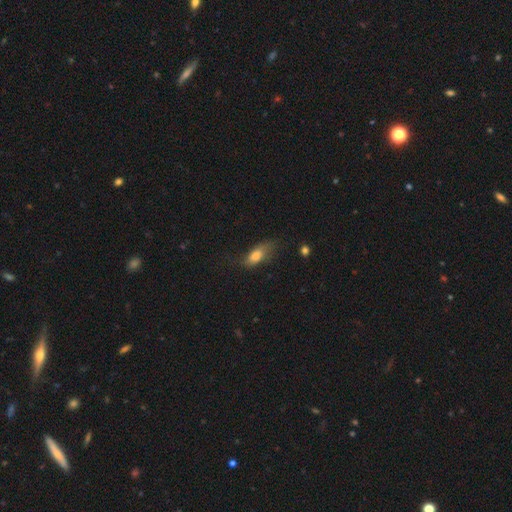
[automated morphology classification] Smooth or featured?
  - smooth: 75% *
  - featured or disk: 16%
  - star or artifact: 9%
How rounded?
  - in between: 79% *
  - cigar-shaped: 16%
  - round: 5%
Merging?
  - none: 49% *
  - minor disturbance: 31%
  - major disturbance: 18%
  - merger: 2%